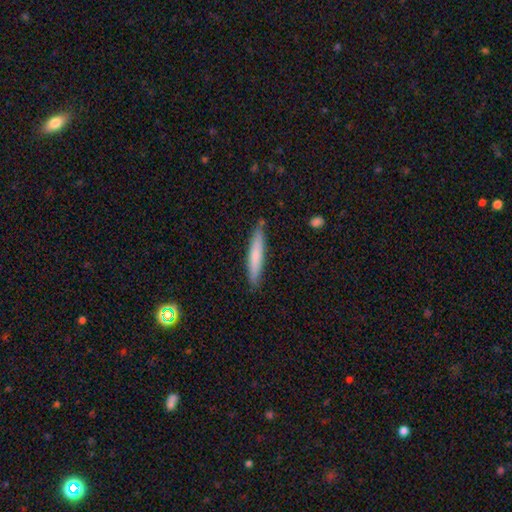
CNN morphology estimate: The model was most divided on "smooth or featured": smooth: 71%, featured or disk: 23%, star or artifact: 6%. More confident: how rounded — cigar-shaped (93%); merging — none (86%).